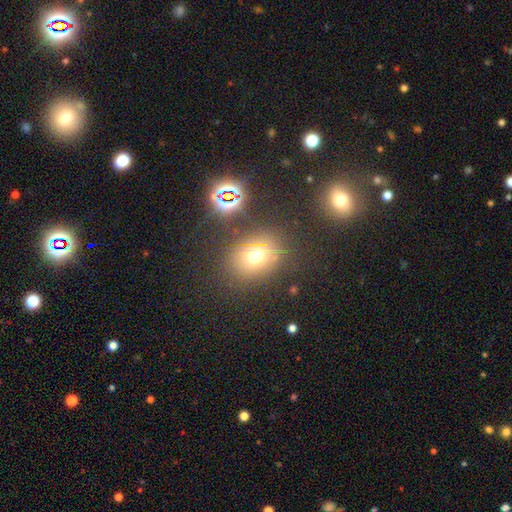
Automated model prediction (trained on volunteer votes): smooth-or-featured: smooth: 62% | star or artifact: 22% | featured or disk: 15%
  how-rounded: round: 52% | in between: 46% | cigar-shaped: 1%
  merging: none: 78% | minor disturbance: 12% | major disturbance: 6% | merger: 4%